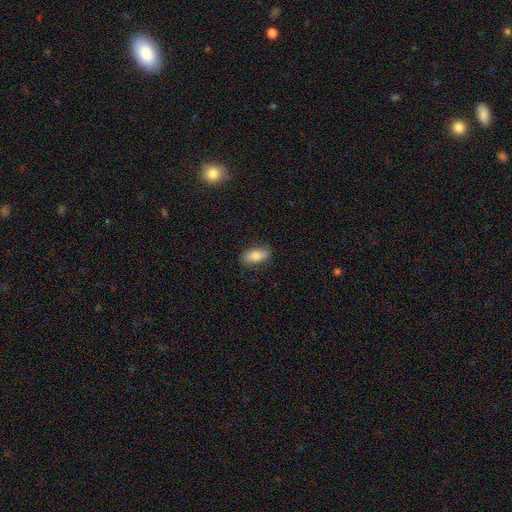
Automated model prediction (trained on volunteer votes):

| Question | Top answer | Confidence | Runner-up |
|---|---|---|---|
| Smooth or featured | smooth | 80% | featured or disk (13%) |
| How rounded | in between | 86% | cigar-shaped (10%) |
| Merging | none | 84% | minor disturbance (13%) |